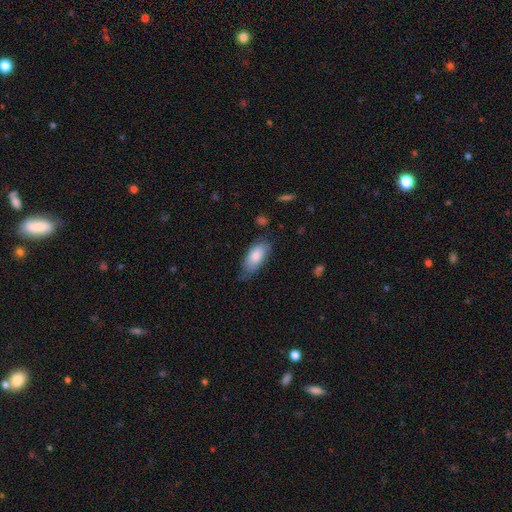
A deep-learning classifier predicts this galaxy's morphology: Smooth or featured? smooth (80%)
How rounded? in between (89%)
Merging? none (63%)